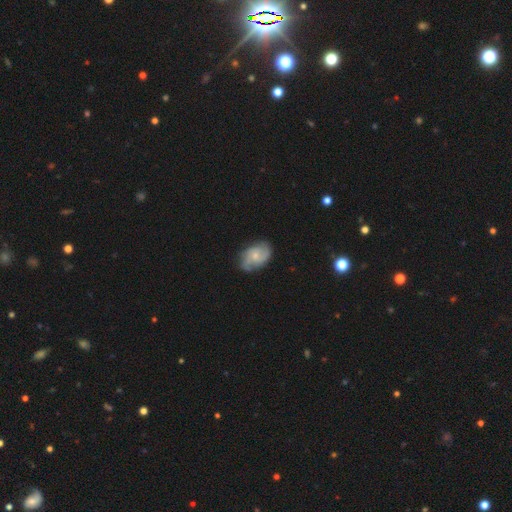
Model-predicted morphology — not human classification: Smooth or featured: featured or disk — 66% (smooth — 28%)
Edge-on disk: no — 97% (yes — 3%)
Bar: no — 61% (weak — 35%)
Spiral arms: yes — 91% (no — 9%)
Spiral winding: medium — 47% (tight — 31%)
Spiral arm count: 2 — 59% (can't tell — 19%)
Bulge size: small — 55% (moderate — 35%)
Merging: none — 70% (minor disturbance — 23%)